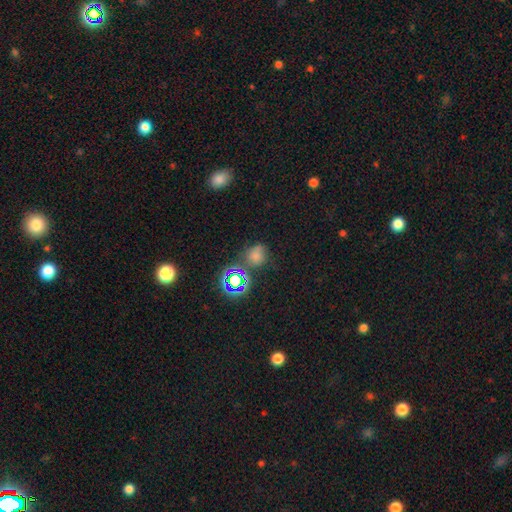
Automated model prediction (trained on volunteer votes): Smooth or featured? smooth (63%)
How rounded? round (70%)
Merging? none (60%)